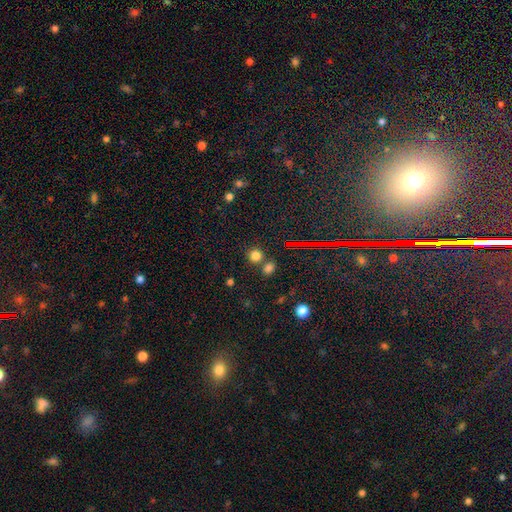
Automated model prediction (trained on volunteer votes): smooth-or-featured: smooth: 77% | star or artifact: 17% | featured or disk: 6%
  how-rounded: round: 87% | in between: 12% | cigar-shaped: 1%
  merging: none: 69% | merger: 20% | minor disturbance: 7% | major disturbance: 3%